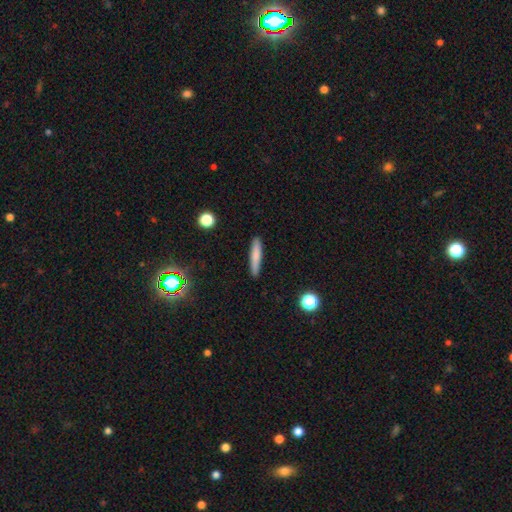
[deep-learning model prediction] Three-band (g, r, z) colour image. It shows a smooth galaxy with no disk features (77%) that is cigar-shaped (89%). Merging: none (90%).